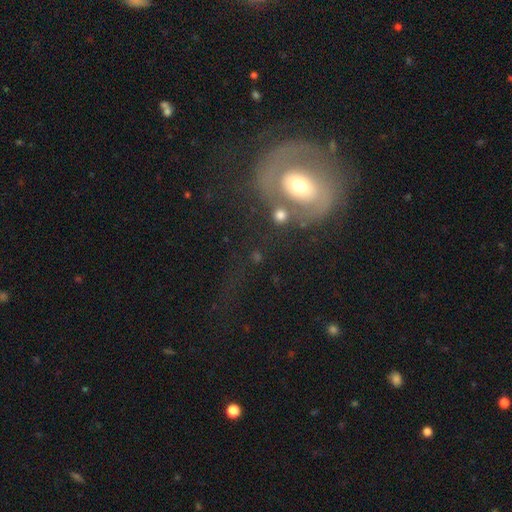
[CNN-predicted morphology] This appears to be a featured or disk galaxy (68%) with no bar (45%), spiral arms (60%) and a moderate central bulge (64%). Merging: none (47%).